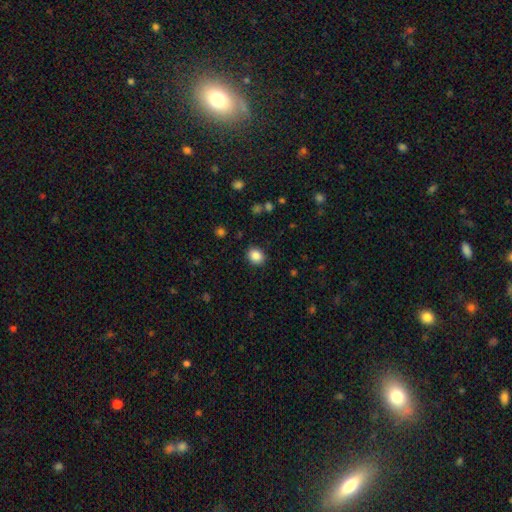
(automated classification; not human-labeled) Smooth or featured: smooth — 87% (star or artifact — 10%)
How rounded: round — 65% (in between — 34%)
Merging: none — 88% (minor disturbance — 8%)